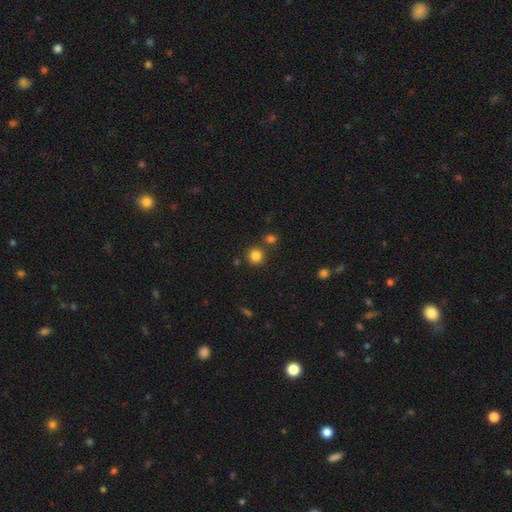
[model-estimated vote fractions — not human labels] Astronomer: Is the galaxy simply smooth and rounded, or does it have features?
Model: smooth — 83%.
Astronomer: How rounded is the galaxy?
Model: round — 92%.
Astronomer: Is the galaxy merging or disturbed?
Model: none — 78%.